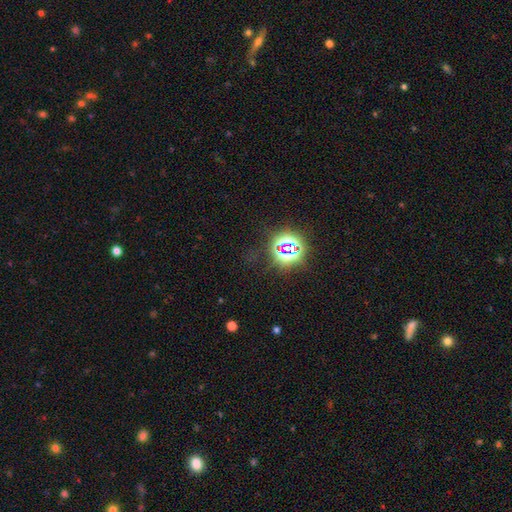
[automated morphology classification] A star or artifact, not a galaxy (80%).